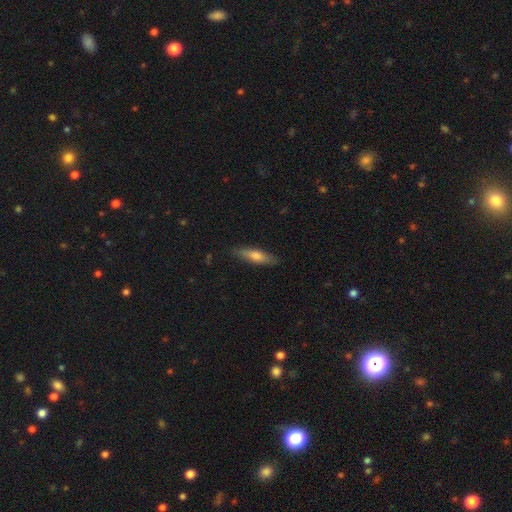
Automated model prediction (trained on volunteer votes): smooth 58%, featured or disk 35%, star or artifact 7%. Down the decision tree: how rounded — cigar-shaped (72%); merging — none (86%).